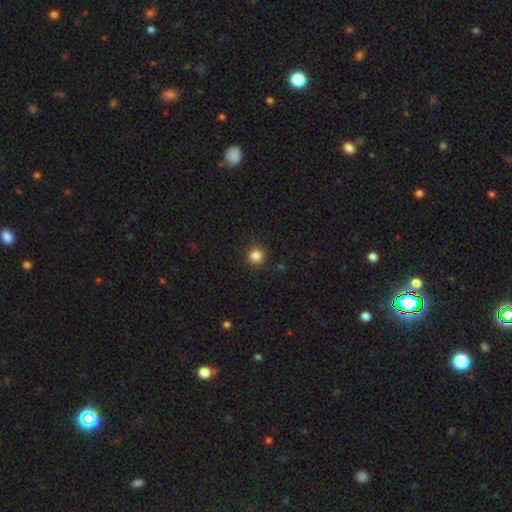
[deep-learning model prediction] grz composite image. It shows a smooth galaxy with no disk features (84%) that is round (95%). Merging: none (91%).